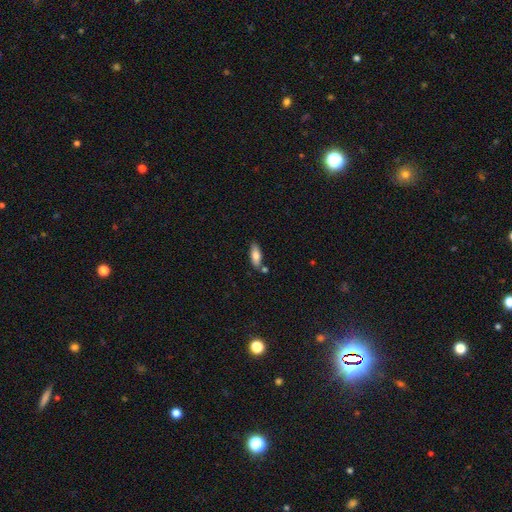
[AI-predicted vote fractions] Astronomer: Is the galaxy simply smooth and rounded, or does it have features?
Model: smooth — 80%.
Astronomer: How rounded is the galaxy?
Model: in between — 77%.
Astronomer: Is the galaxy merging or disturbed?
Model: none — 72%.